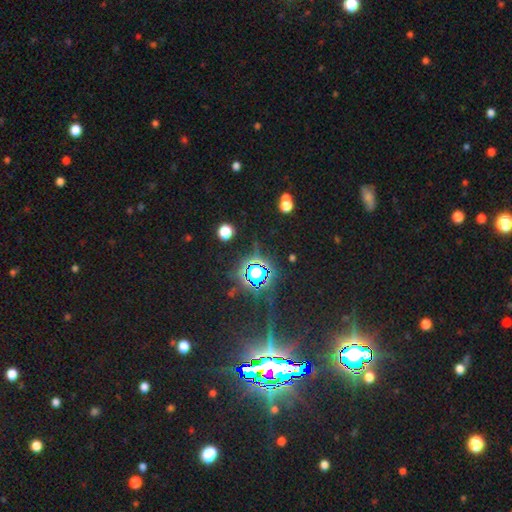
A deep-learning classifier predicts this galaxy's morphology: Smooth or featured: star or artifact — 82% (smooth — 9%)